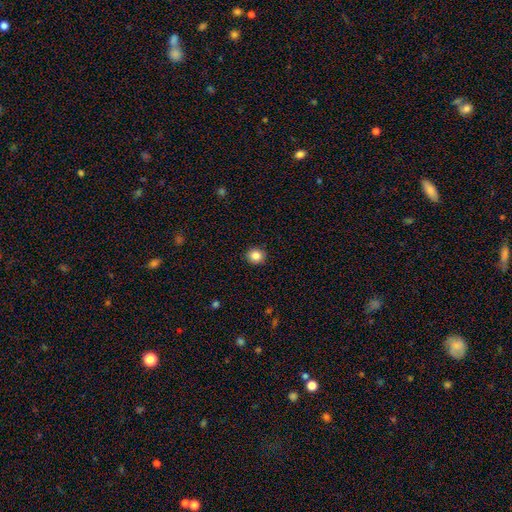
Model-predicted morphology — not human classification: Smooth or featured: smooth — 85% (star or artifact — 10%)
How rounded: round — 85% (in between — 14%)
Merging: none — 92% (minor disturbance — 6%)